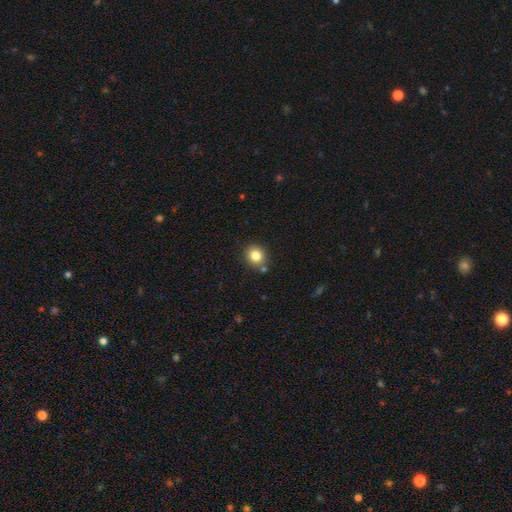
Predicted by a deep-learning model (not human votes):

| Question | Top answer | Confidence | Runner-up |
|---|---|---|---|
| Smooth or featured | smooth | 82% | star or artifact (11%) |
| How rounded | round | 80% | in between (19%) |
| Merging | none | 81% | minor disturbance (10%) |